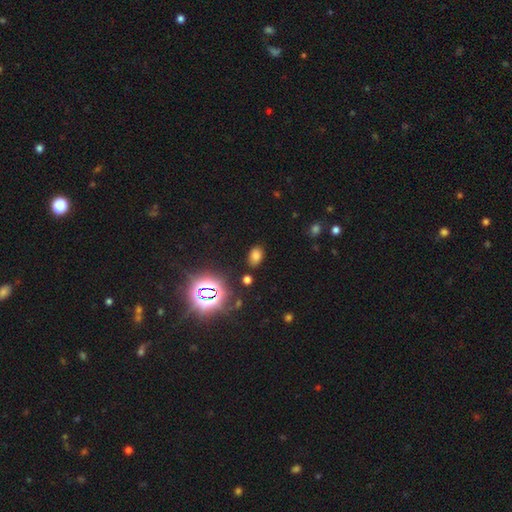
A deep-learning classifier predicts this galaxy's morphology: Smooth or featured?
  - smooth: 68% *
  - star or artifact: 26%
  - featured or disk: 7%
How rounded?
  - in between: 84% *
  - round: 15%
  - cigar-shaped: 1%
Merging?
  - none: 83% *
  - minor disturbance: 11%
  - major disturbance: 3%
  - merger: 3%